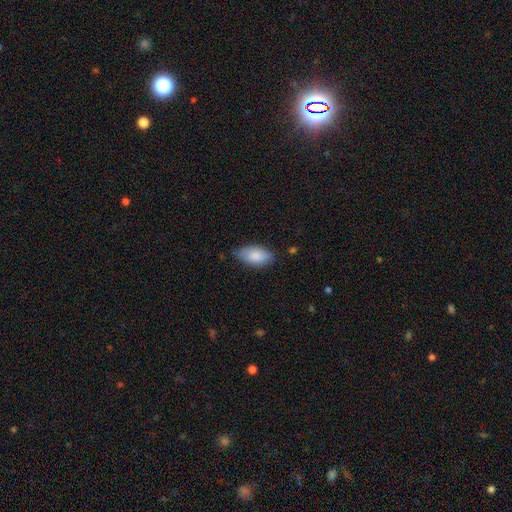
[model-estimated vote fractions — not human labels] The model was most divided on "merging": none: 71%, minor disturbance: 24%, major disturbance: 4%, merger: 1%. More confident: how rounded — in between (93%); smooth or featured — smooth (85%).